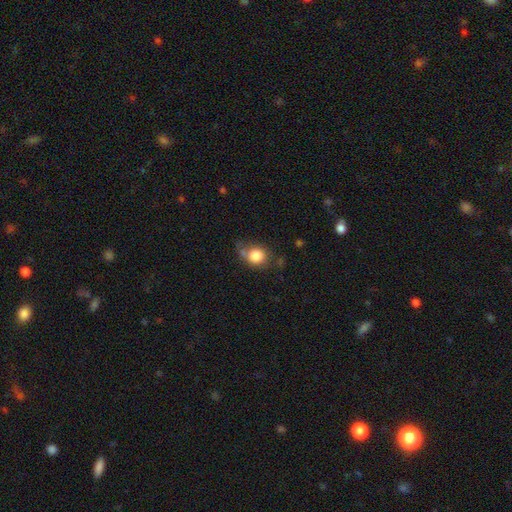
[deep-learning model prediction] smooth-or-featured: smooth: 82% | star or artifact: 9% | featured or disk: 9%
  how-rounded: round: 72% | in between: 27% | cigar-shaped: 1%
  merging: none: 53% | minor disturbance: 26% | merger: 11% | major disturbance: 10%